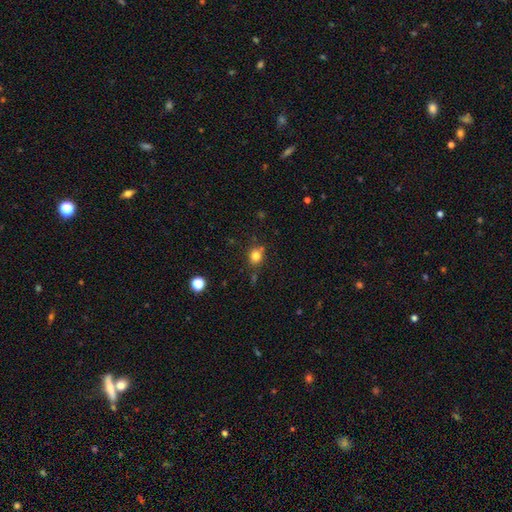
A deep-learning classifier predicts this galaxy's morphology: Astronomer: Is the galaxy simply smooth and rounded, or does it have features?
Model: smooth — 81%.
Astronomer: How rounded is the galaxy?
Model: round — 71%.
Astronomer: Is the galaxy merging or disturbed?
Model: none — 76%.